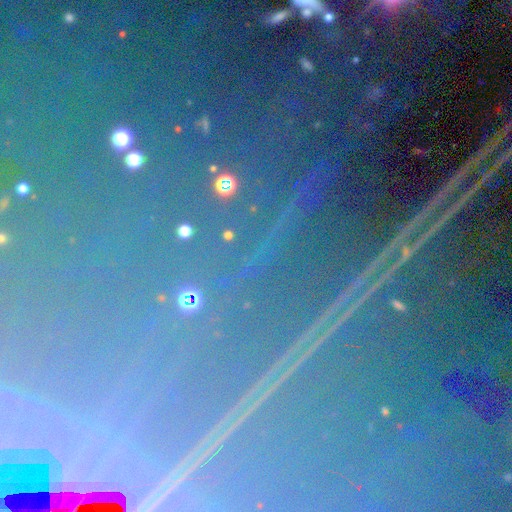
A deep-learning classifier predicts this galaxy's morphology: A star or artifact, not a galaxy (85%).

Vote fractions:
- Smooth or featured? star or artifact: 85% / featured or disk: 8% / smooth: 7%